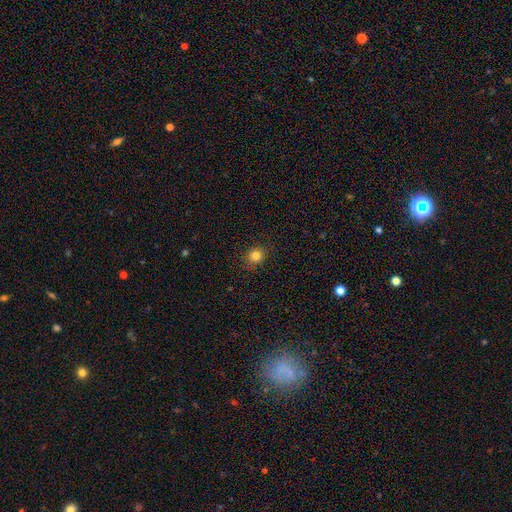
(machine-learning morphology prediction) A smooth galaxy with no disk features (82%) that is round (83%). Merging: none (89%).